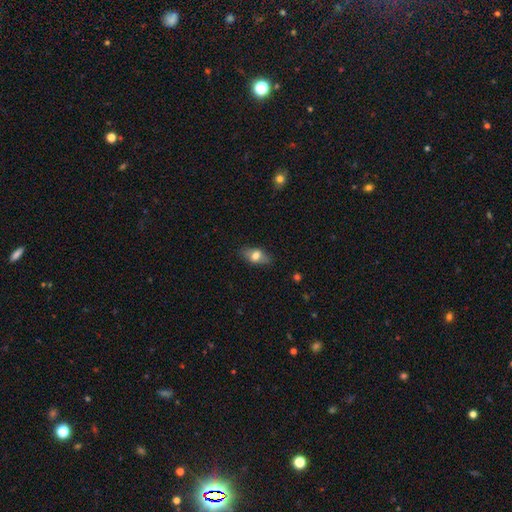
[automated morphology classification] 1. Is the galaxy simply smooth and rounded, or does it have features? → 63% smooth, 28% featured or disk, 9% star or artifact.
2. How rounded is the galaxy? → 81% in between, 10% round, 9% cigar-shaped.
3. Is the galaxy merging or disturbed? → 79% none, 16% minor disturbance, 4% major disturbance, 1% merger.